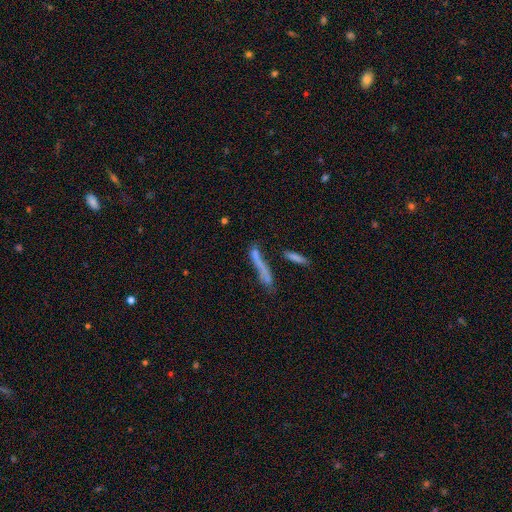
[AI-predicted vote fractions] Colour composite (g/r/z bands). It shows a smooth galaxy with no disk features (54%) that is cigar-shaped (86%). Merging: none (42%).